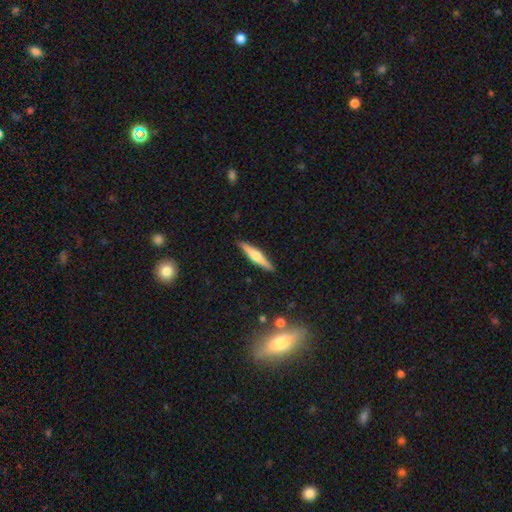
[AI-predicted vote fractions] featured or disk 57%, smooth 37%, star or artifact 6%. Down the decision tree: edge-on disk — yes (96%); edge-on bulge — rounded (86%); merging — none (91%).